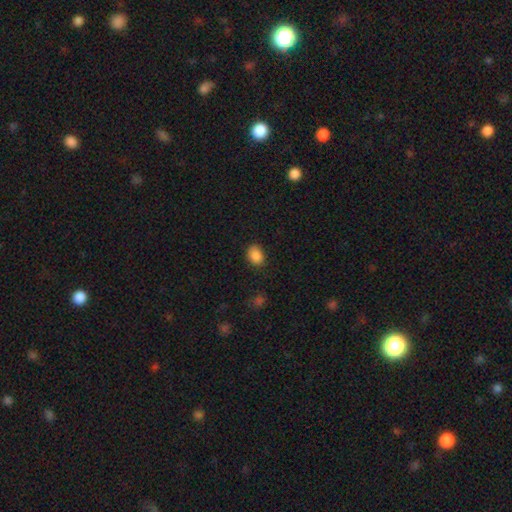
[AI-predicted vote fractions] Q: Smooth or featured?
A: smooth (87%); runner-up: star or artifact (9%)
Q: How rounded?
A: in between (71%); runner-up: round (28%)
Q: Merging?
A: none (82%); runner-up: minor disturbance (14%)